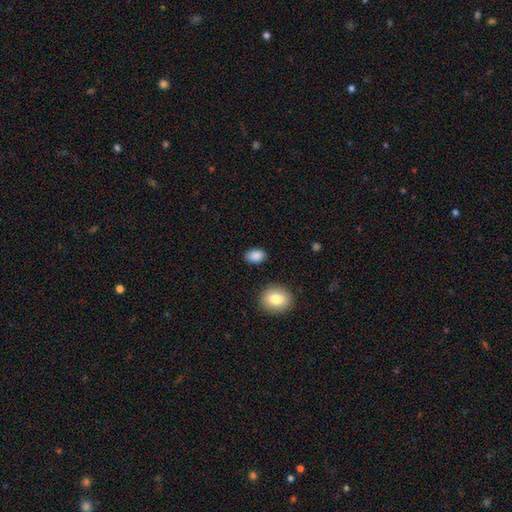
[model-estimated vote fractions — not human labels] smooth-or-featured: smooth: 88% | star or artifact: 8% | featured or disk: 4%
  how-rounded: in between: 80% | round: 18% | cigar-shaped: 1%
  merging: none: 85% | minor disturbance: 10% | major disturbance: 3% | merger: 2%